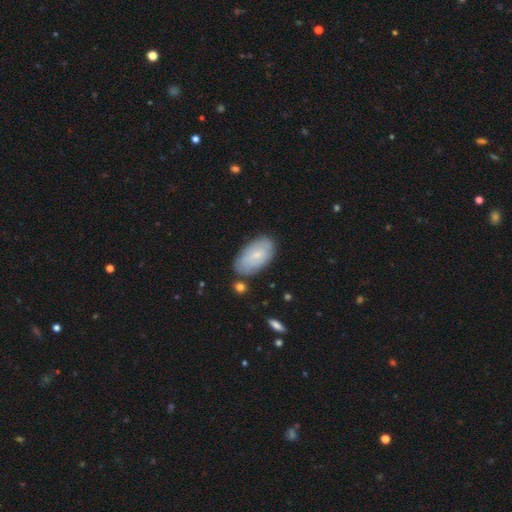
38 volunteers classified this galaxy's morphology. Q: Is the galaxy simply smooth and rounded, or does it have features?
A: smooth — 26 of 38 (68%).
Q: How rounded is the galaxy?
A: in between — 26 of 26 (100%).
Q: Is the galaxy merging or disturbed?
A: none — 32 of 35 (91%).